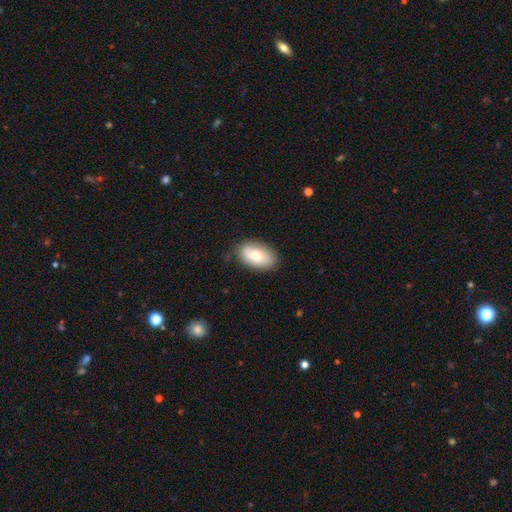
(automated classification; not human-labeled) A smooth galaxy with no disk features (77%) that is in between round and cigar-shaped (94%). Merging: none (75%).